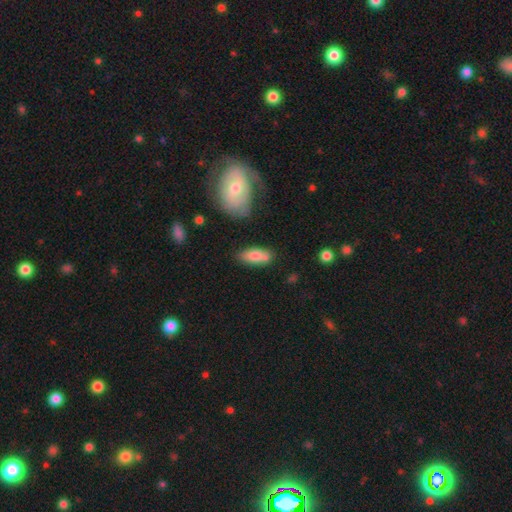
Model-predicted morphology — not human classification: smooth 75%, featured or disk 19%, star or artifact 7%. Down the decision tree: how rounded — in between (76%); merging — none (68%).